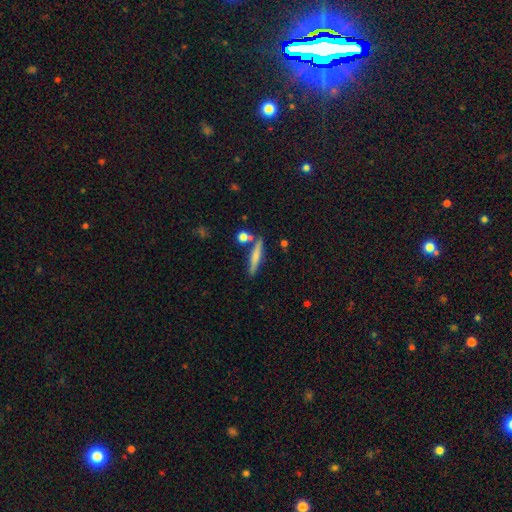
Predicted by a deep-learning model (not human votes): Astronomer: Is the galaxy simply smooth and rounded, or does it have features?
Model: smooth — 63%.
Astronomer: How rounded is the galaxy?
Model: cigar-shaped — 89%.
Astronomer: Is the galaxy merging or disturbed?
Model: none — 78%.